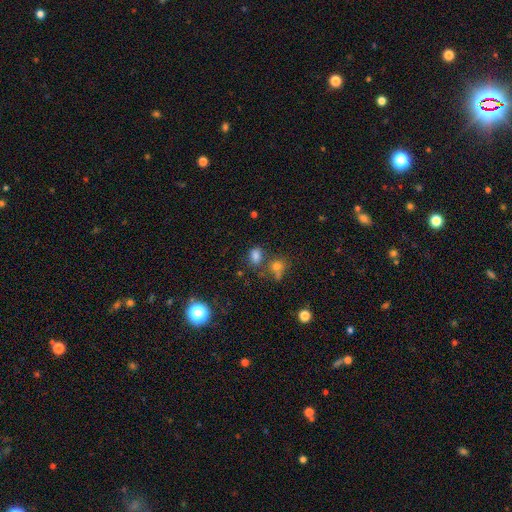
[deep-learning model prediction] This appears to be a smooth galaxy with no disk features (73%) that is in between round and cigar-shaped (72%). Merging: none (58%).